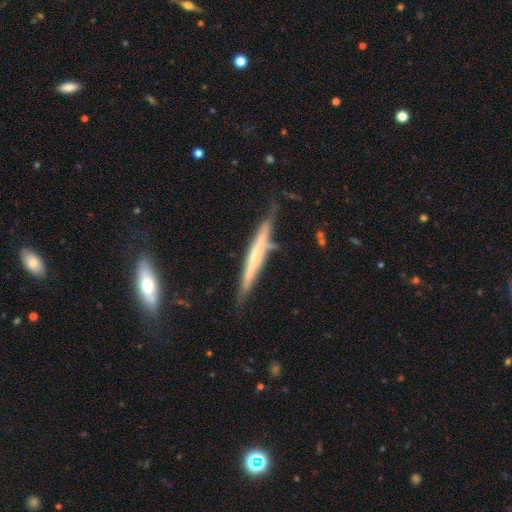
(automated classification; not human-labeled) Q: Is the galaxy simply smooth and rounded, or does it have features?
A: featured or disk — 61%.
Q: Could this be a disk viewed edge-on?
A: yes — 95%.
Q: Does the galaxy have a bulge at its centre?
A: none — 54%.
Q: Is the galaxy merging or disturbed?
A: none — 71%.